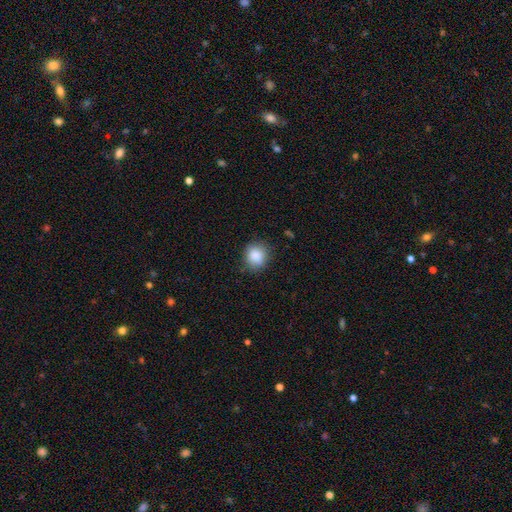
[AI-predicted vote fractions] smooth-or-featured: smooth: 85% | star or artifact: 9% | featured or disk: 6%
  how-rounded: round: 77% | in between: 22% | cigar-shaped: 1%
  merging: none: 82% | minor disturbance: 13% | major disturbance: 3% | merger: 1%